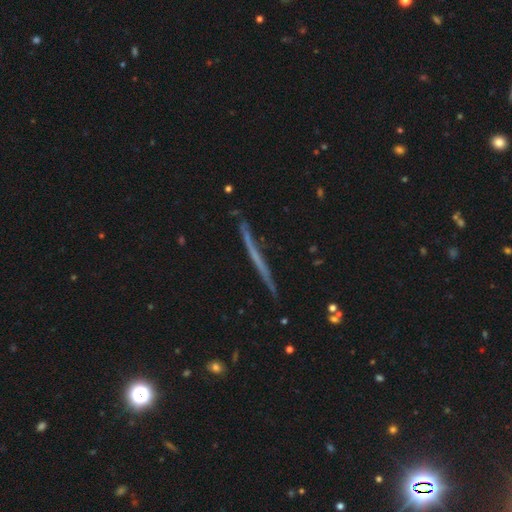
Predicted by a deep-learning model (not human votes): Smooth or featured? Predicted: featured or disk (p=0.61). Edge-on disk? Predicted: yes (p=0.96). Edge-on bulge? Predicted: none (p=0.90). Merging? Predicted: none (p=0.85).